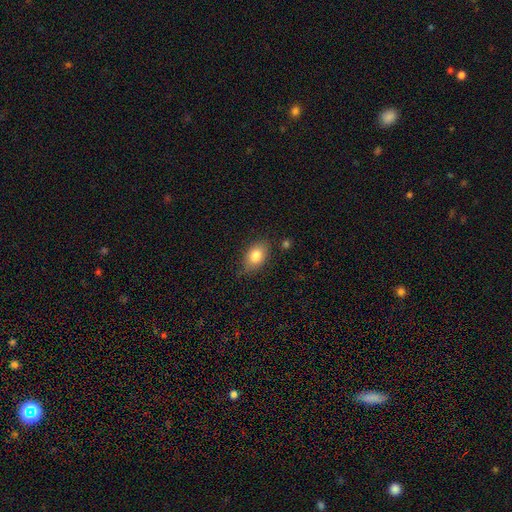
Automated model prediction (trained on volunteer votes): Smooth or featured?
  - smooth: 81% *
  - featured or disk: 10%
  - star or artifact: 8%
How rounded?
  - in between: 82% *
  - round: 16%
  - cigar-shaped: 2%
Merging?
  - none: 76% *
  - minor disturbance: 18%
  - major disturbance: 3%
  - merger: 2%